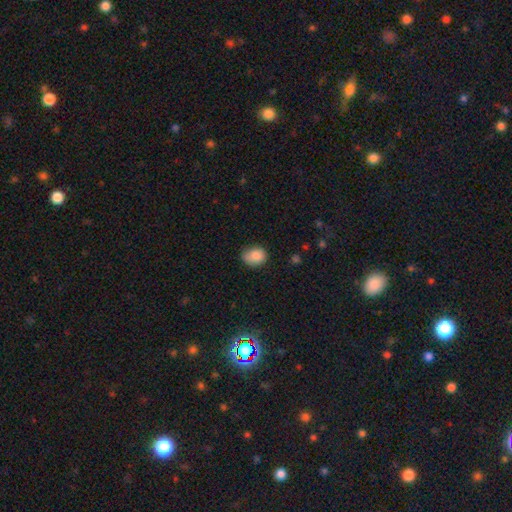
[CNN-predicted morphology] type=smooth (84%); roundness=round (50%); merging=none (61%).